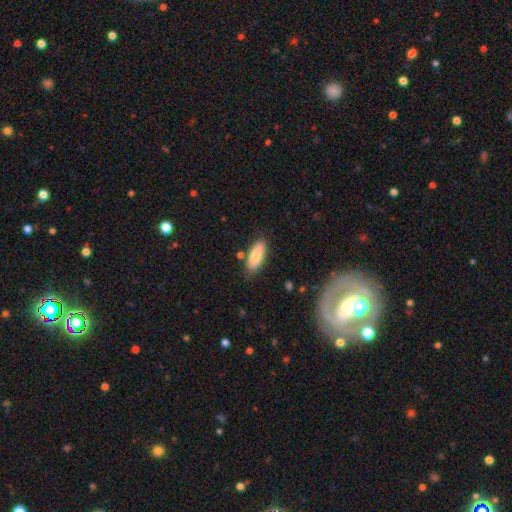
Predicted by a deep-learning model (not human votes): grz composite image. It shows a smooth galaxy with no disk features (83%) that is in between round and cigar-shaped (75%). Merging: none (80%).